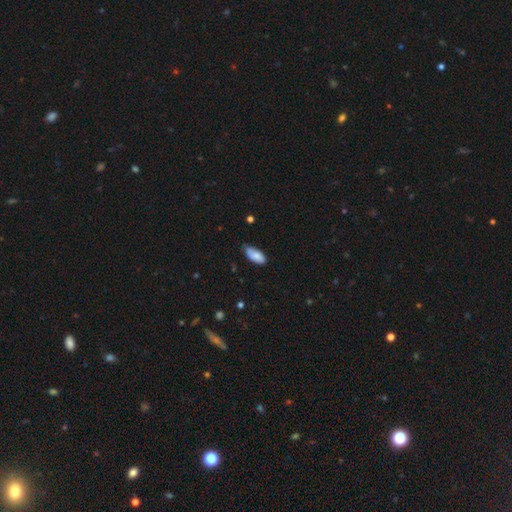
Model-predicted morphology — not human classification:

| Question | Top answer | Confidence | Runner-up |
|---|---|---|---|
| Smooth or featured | smooth | 79% | featured or disk (14%) |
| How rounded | in between | 90% | cigar-shaped (8%) |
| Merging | none | 54% | minor disturbance (37%) |